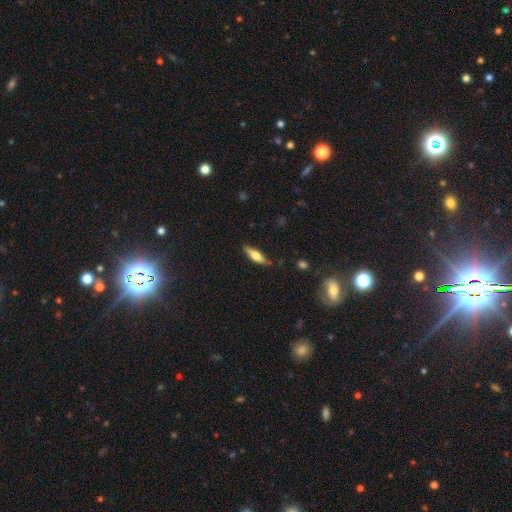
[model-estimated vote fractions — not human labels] Smooth or featured?
  - smooth: 53% *
  - featured or disk: 40%
  - star or artifact: 6%
How rounded?
  - cigar-shaped: 61% *
  - in between: 37%
  - round: 2%
Merging?
  - none: 80% *
  - minor disturbance: 15%
  - major disturbance: 3%
  - merger: 2%